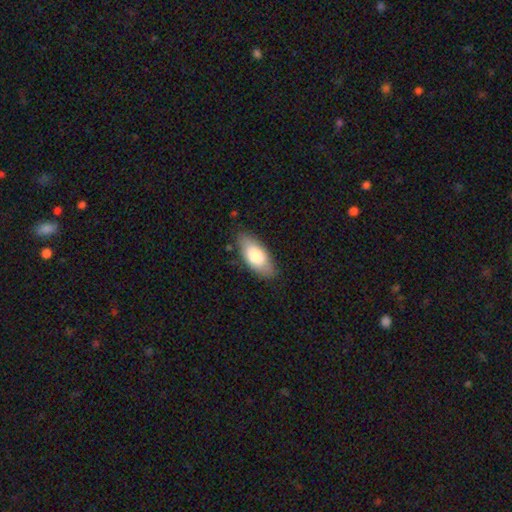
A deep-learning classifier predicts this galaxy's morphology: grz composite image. It shows a smooth galaxy with no disk features (74%) that is in between round and cigar-shaped (88%). Merging: none (80%).